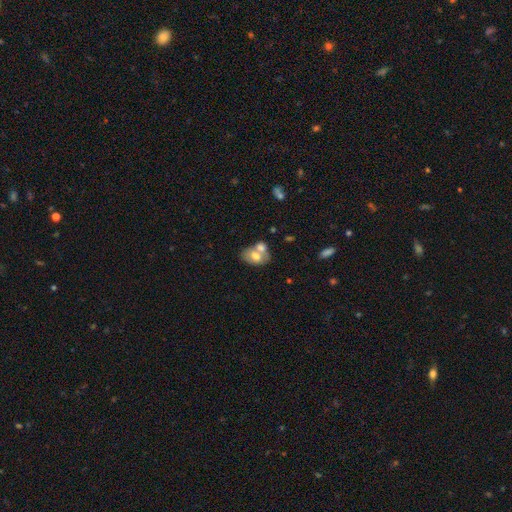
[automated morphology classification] This appears to be a smooth galaxy with no disk features (64%) that is in between round and cigar-shaped (81%). Merging: merger (55%).